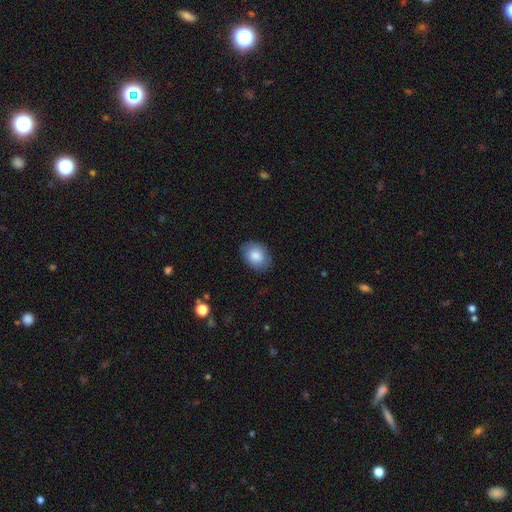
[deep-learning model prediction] The model was most divided on "how rounded": in between: 70%, round: 29%, cigar-shaped: 1%. More confident: smooth or featured — smooth (85%); merging — none (84%).